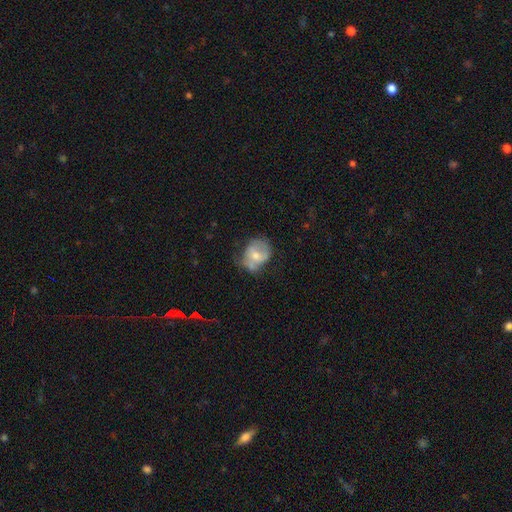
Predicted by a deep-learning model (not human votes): Overall: smooth (55%; featured or disk 37%). How rounded: round (53%; in between 46%). Merging: none (41%; minor disturbance 34%).